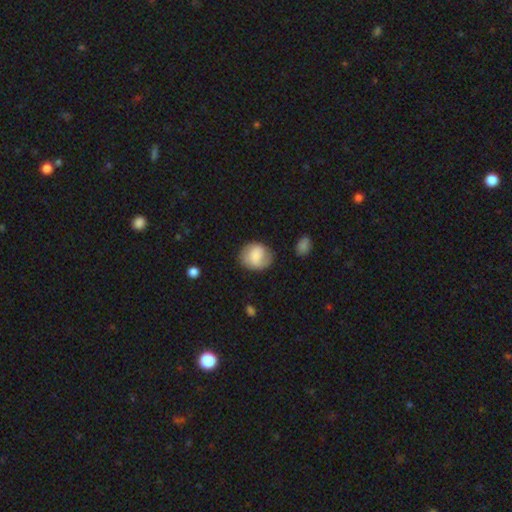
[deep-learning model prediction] This appears to be a smooth galaxy with no disk features (67%) that is round (68%). Merging: none (73%).